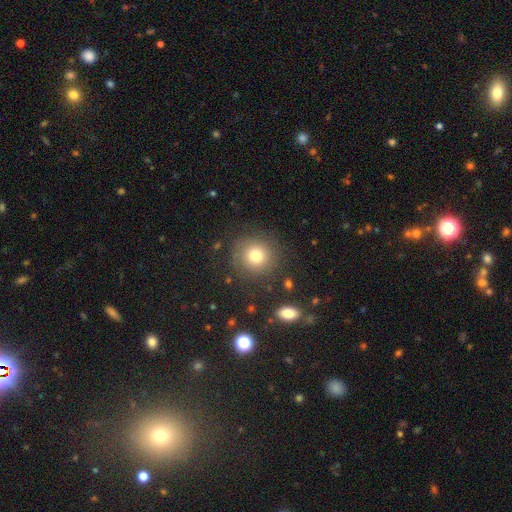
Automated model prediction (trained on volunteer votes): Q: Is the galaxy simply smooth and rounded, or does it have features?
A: smooth — 72%.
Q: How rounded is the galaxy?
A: round — 91%.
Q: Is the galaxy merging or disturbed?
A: none — 82%.